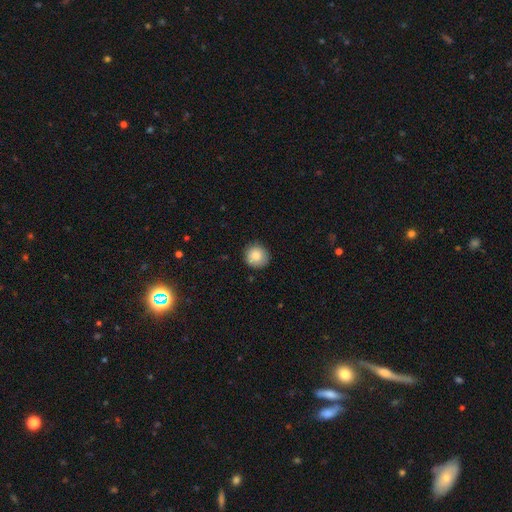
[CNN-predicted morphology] Smooth or featured? Predicted: smooth (p=0.85). How rounded? Predicted: round (p=0.94). Merging? Predicted: none (p=0.87).